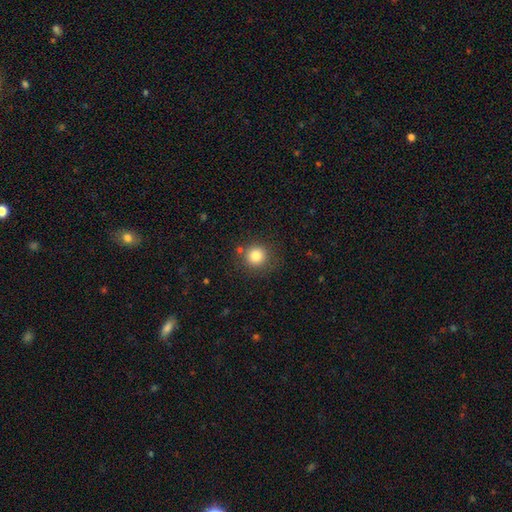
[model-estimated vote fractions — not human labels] The model was most divided on "smooth or featured": smooth: 82%, star or artifact: 12%, featured or disk: 6%. More confident: how rounded — round (93%); merging — none (83%).